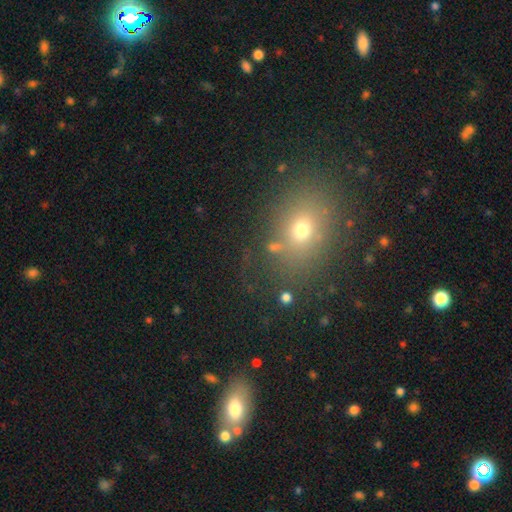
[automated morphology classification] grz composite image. It shows a smooth galaxy with no disk features (58%) that is in between round and cigar-shaped (49%, tied with round). Merging: none (82%).